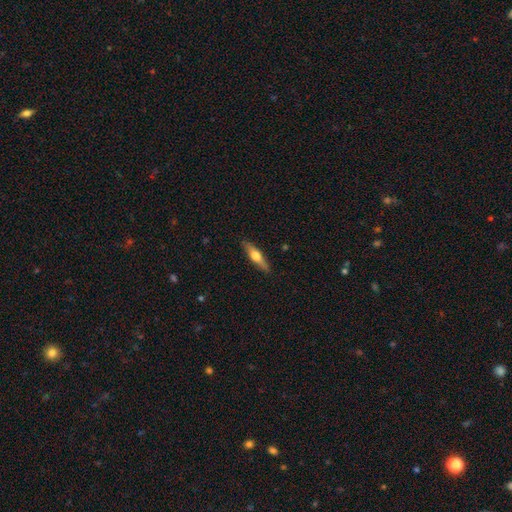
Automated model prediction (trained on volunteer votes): This appears to be a featured or disk galaxy (54%) viewed edge-on (94%) with a rounded central bulge (93%). Merging: none (89%).